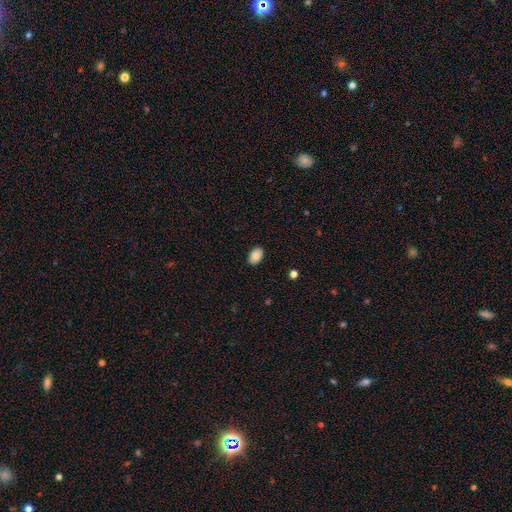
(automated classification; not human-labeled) This appears to be a smooth galaxy with no disk features (82%) that is in between round and cigar-shaped (88%). Merging: none (88%).